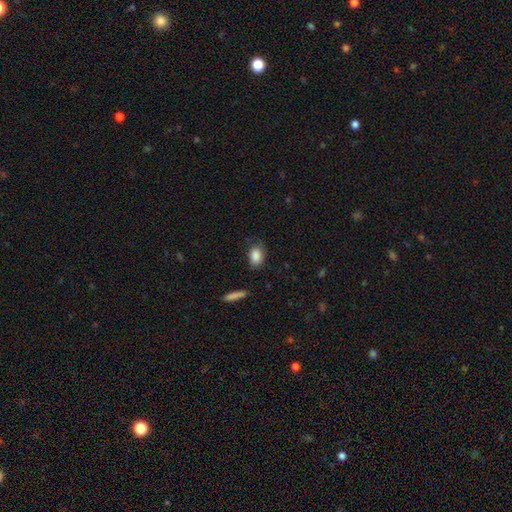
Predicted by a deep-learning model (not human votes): Smooth or featured: smooth — 87% (star or artifact — 8%)
How rounded: in between — 80% (round — 17%)
Merging: none — 73% (minor disturbance — 20%)